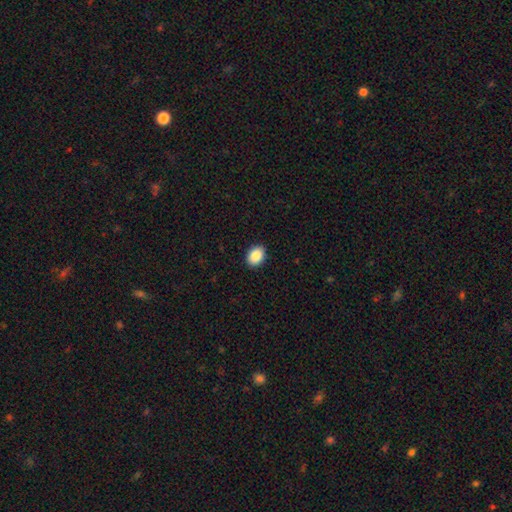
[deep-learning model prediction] smooth 89%, star or artifact 8%, featured or disk 3%. Down the decision tree: how rounded — in between (72%); merging — none (91%).